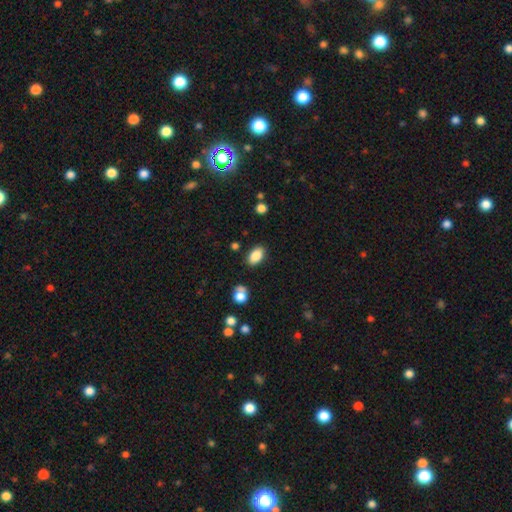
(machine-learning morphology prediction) Smooth or featured?
  - smooth: 86% *
  - star or artifact: 8%
  - featured or disk: 6%
How rounded?
  - in between: 91% *
  - round: 7%
  - cigar-shaped: 2%
Merging?
  - none: 85% *
  - minor disturbance: 10%
  - major disturbance: 3%
  - merger: 2%